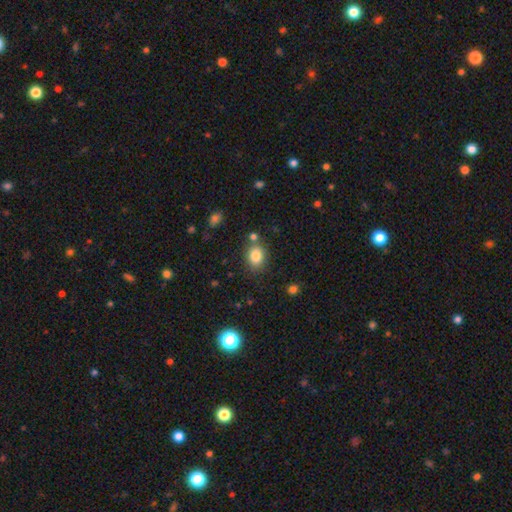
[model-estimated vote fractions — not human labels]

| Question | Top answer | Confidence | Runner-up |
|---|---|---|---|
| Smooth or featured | smooth | 83% | star or artifact (10%) |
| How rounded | in between | 57% | round (42%) |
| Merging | none | 73% | minor disturbance (13%) |